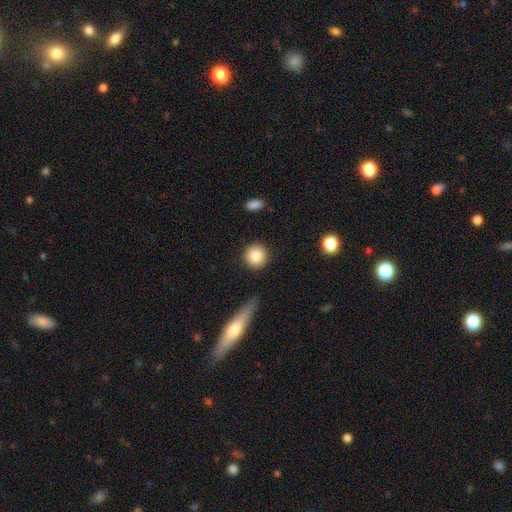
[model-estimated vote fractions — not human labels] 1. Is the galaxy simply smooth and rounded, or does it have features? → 84% smooth, 8% star or artifact, 8% featured or disk.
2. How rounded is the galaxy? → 92% round, 7% in between, 1% cigar-shaped.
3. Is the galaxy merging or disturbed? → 89% none, 6% minor disturbance, 2% major disturbance, 2% merger.